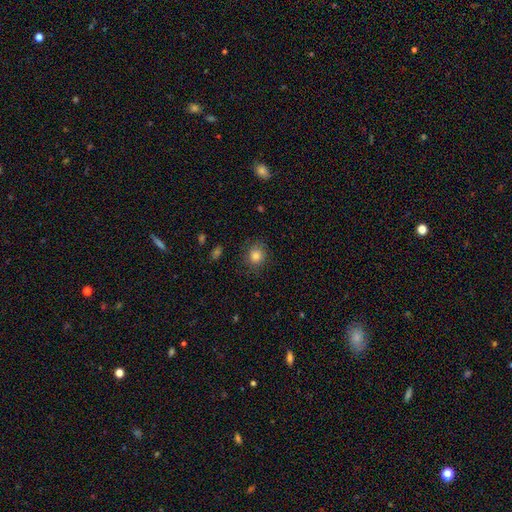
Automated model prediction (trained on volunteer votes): A smooth galaxy with no disk features (82%) that is round (84%). Merging: none (81%).